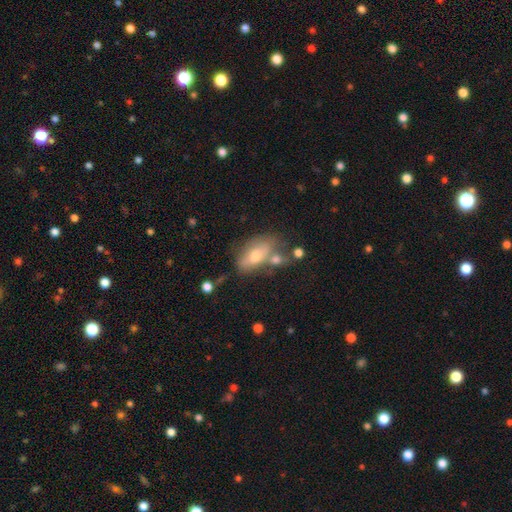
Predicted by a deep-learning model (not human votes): The model was most divided on "smooth or featured": smooth: 56%, featured or disk: 35%, star or artifact: 9%. Remaining: how rounded — in between (83%); merging — none (48%).